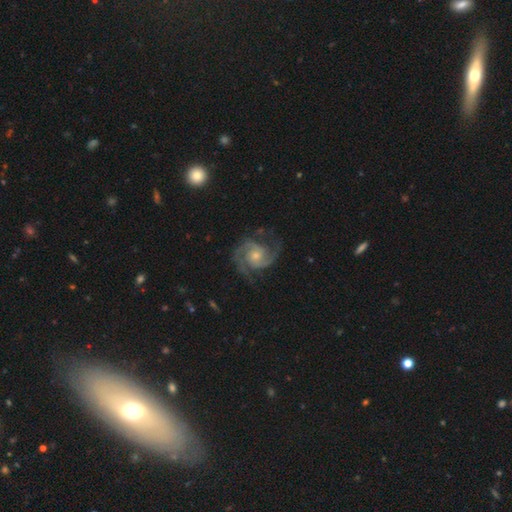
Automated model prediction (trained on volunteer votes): Morphology: type=featured or disk (92%); edge-on=no (98%); bar=no (69%); spiral arms=yes (98%); winding=medium (54%); arm count=2 (77%); bulge=small (54%); merging=none (74%).